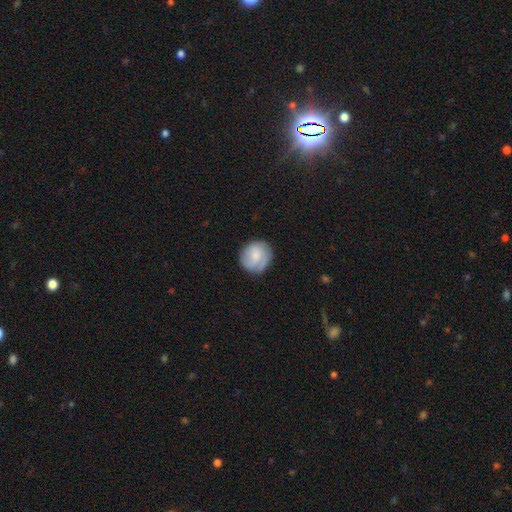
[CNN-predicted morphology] Q: Smooth or featured?
A: smooth (66%); runner-up: featured or disk (27%)
Q: How rounded?
A: round (84%); runner-up: in between (15%)
Q: Merging?
A: none (75%); runner-up: minor disturbance (18%)